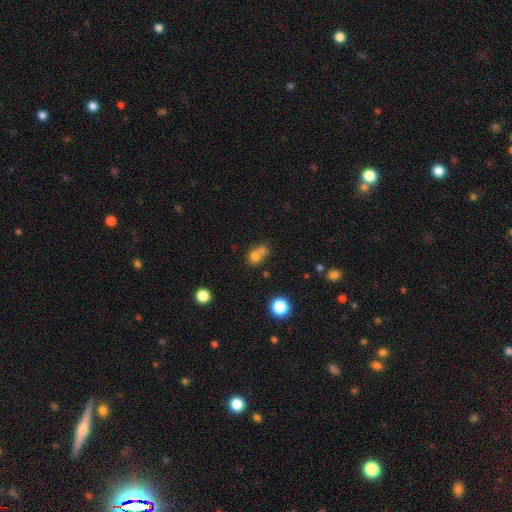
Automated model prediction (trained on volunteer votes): Smooth or featured?
  - smooth: 73% *
  - star or artifact: 14%
  - featured or disk: 13%
How rounded?
  - round: 71% *
  - in between: 28%
  - cigar-shaped: 1%
Merging?
  - merger: 53% *
  - none: 35%
  - minor disturbance: 8%
  - major disturbance: 4%